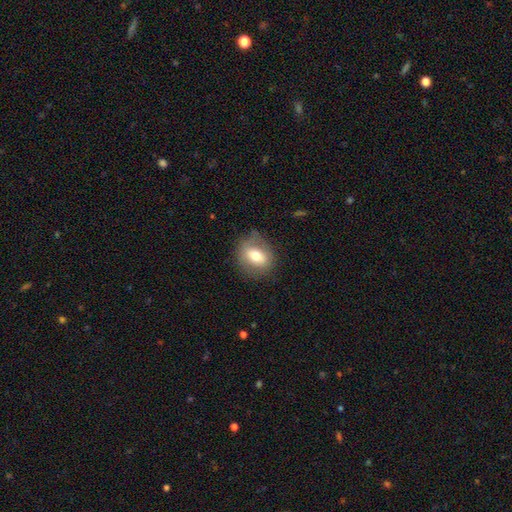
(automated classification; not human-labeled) Smooth or featured: smooth — 63% (featured or disk — 28%)
How rounded: in between — 49% (tied with round — 49%)
Merging: none — 73% (minor disturbance — 19%)